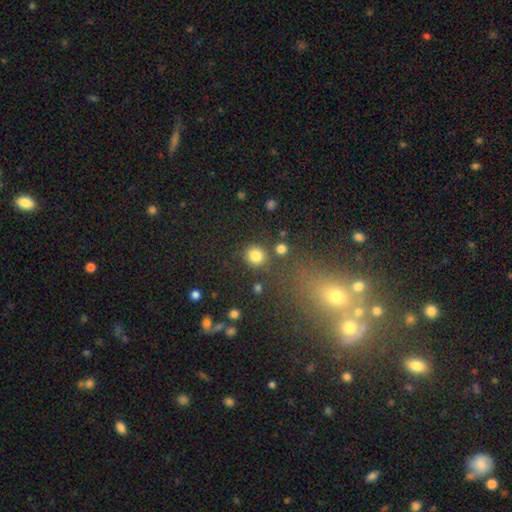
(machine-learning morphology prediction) The model was most divided on "smooth or featured": smooth: 83%, star or artifact: 12%, featured or disk: 5%. More confident: how rounded — round (91%); merging — none (81%).